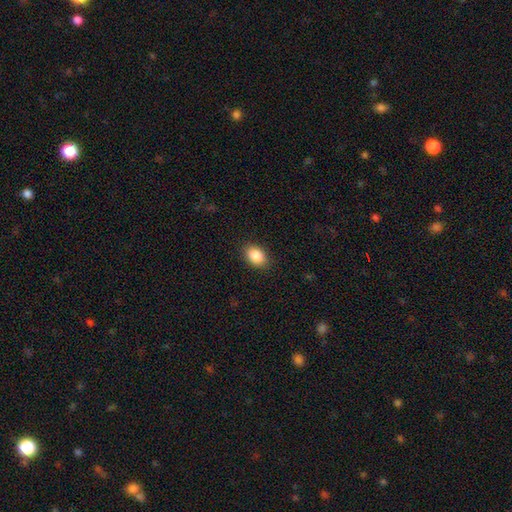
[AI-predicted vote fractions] Overall: smooth (88%). How rounded: in between (82%). Merging: none (88%).